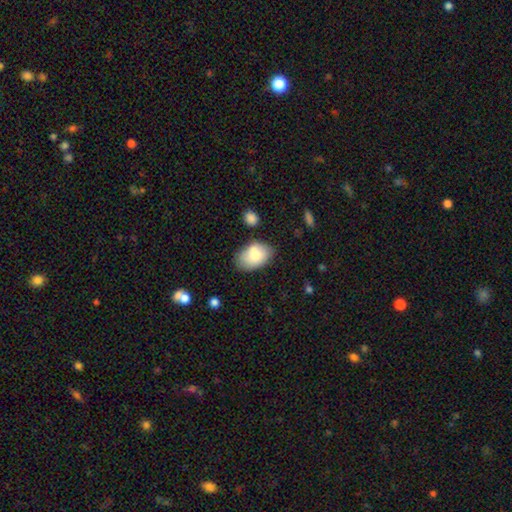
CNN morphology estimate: Smooth or featured? Predicted: smooth (p=0.78). How rounded? Predicted: in between (p=0.89). Merging? Predicted: none (p=0.59).